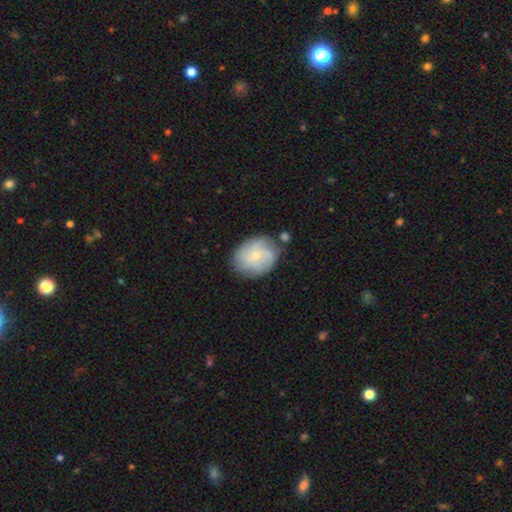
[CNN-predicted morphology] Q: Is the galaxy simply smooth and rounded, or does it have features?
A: featured or disk — 51%.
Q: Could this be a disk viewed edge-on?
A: no — 97%.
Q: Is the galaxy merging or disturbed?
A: none — 67%.